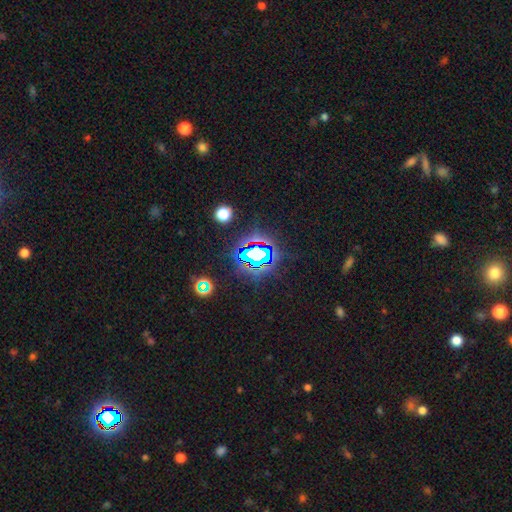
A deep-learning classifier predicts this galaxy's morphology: Q: Smooth or featured?
A: star or artifact (70%); runner-up: smooth (16%)